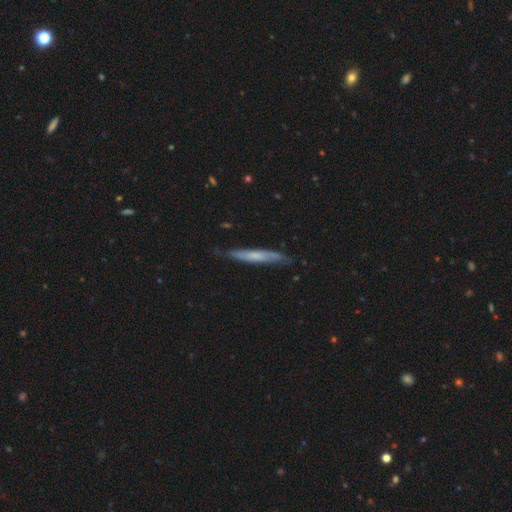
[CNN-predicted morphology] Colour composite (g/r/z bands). It shows a smooth galaxy with no disk features (52%) that is cigar-shaped (94%). Merging: none (78%).